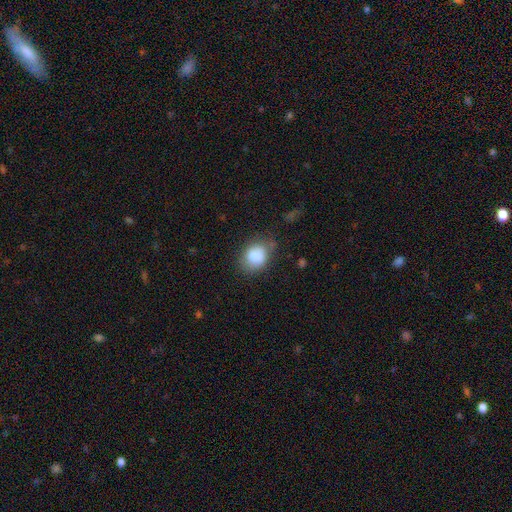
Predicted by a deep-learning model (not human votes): A smooth galaxy with no disk features (84%) that is round (56%). Merging: none (59%).